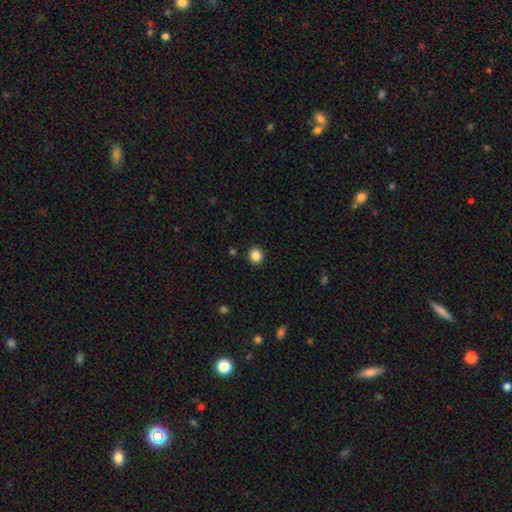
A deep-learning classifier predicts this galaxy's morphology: Smooth or featured?
  - smooth: 86% *
  - star or artifact: 11%
  - featured or disk: 4%
How rounded?
  - round: 85% *
  - in between: 14%
  - cigar-shaped: 1%
Merging?
  - none: 91% *
  - minor disturbance: 6%
  - major disturbance: 2%
  - merger: 1%